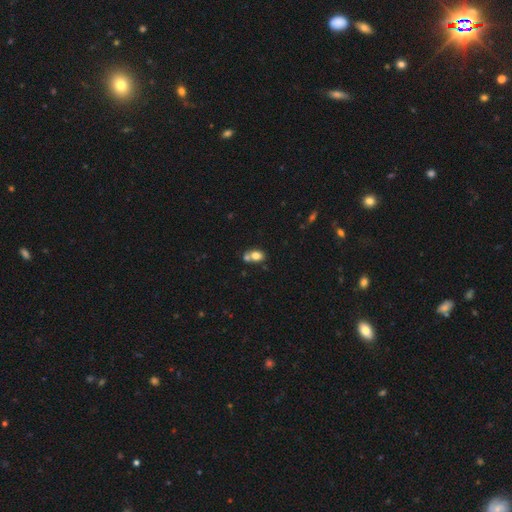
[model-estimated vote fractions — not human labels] A smooth galaxy with no disk features (76%) that is in between round and cigar-shaped (63%). Merging: merger (45%).